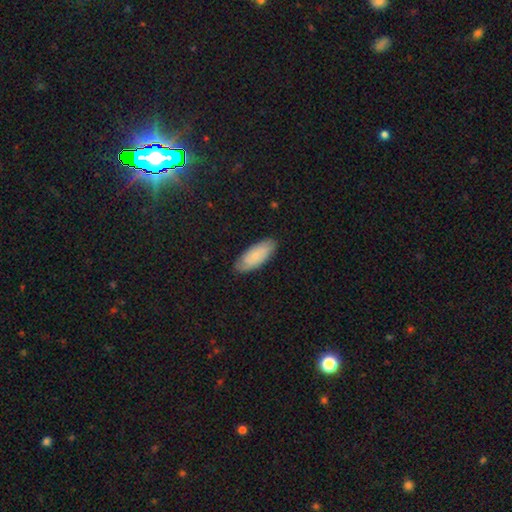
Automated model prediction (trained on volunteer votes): This appears to be a smooth galaxy with no disk features (73%) that is in between round and cigar-shaped (80%). Merging: none (84%).